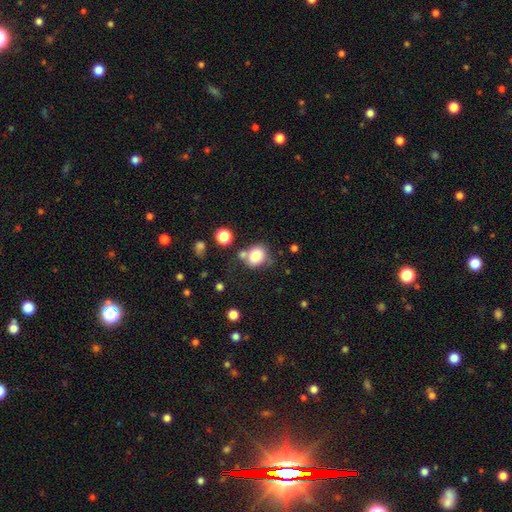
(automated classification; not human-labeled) Overall: smooth (80%). How rounded: round (58%; in between 41%). Merging: none (52%; merger 21%).